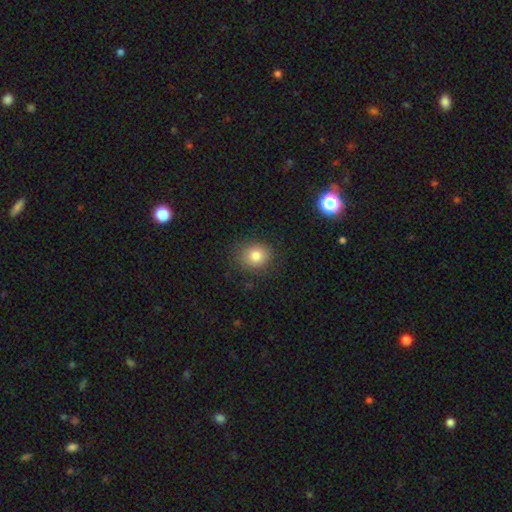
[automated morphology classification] Smooth or featured?
  - smooth: 81% *
  - star or artifact: 11%
  - featured or disk: 8%
How rounded?
  - round: 76% *
  - in between: 23%
  - cigar-shaped: 1%
Merging?
  - none: 84% *
  - minor disturbance: 11%
  - major disturbance: 4%
  - merger: 1%